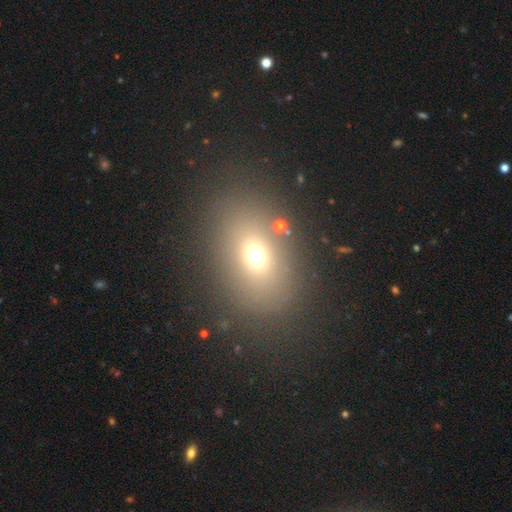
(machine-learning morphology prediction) smooth-or-featured: smooth: 67% | star or artifact: 19% | featured or disk: 14%
  how-rounded: in between: 65% | round: 33% | cigar-shaped: 2%
  merging: none: 80% | minor disturbance: 10% | major disturbance: 7% | merger: 4%